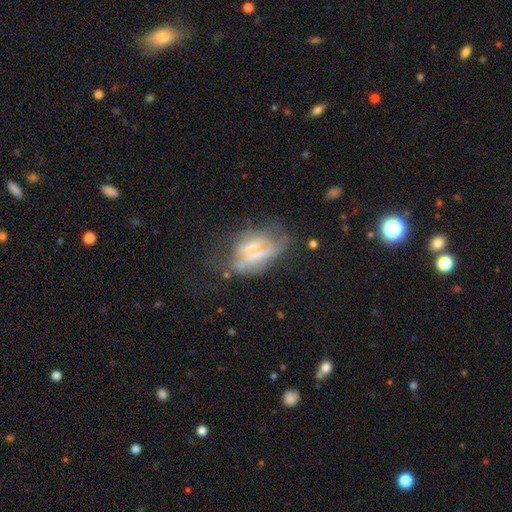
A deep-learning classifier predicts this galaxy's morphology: This appears to be a featured or disk galaxy (54%). Merging: none (41%).